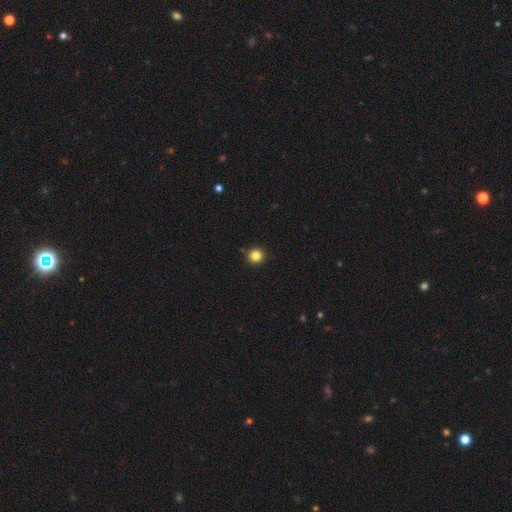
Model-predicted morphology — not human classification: Smooth or featured? Predicted: smooth (p=0.84). How rounded? Predicted: round (p=0.95). Merging? Predicted: none (p=0.91).